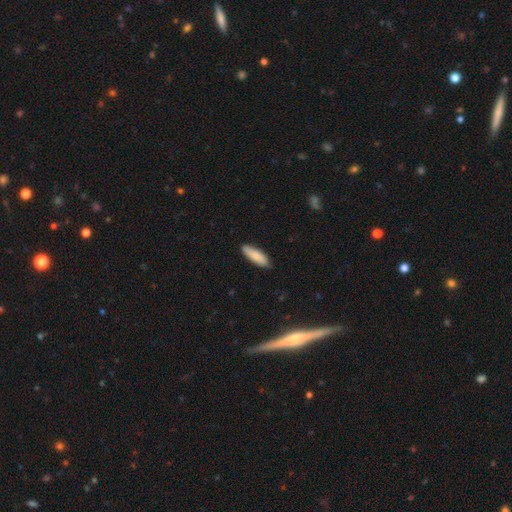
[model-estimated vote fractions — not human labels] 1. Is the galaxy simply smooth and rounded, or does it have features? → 85% smooth, 10% featured or disk, 6% star or artifact.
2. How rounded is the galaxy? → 51% cigar-shaped, 48% in between, 2% round.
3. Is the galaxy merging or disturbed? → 87% none, 10% minor disturbance, 2% major disturbance, 1% merger.